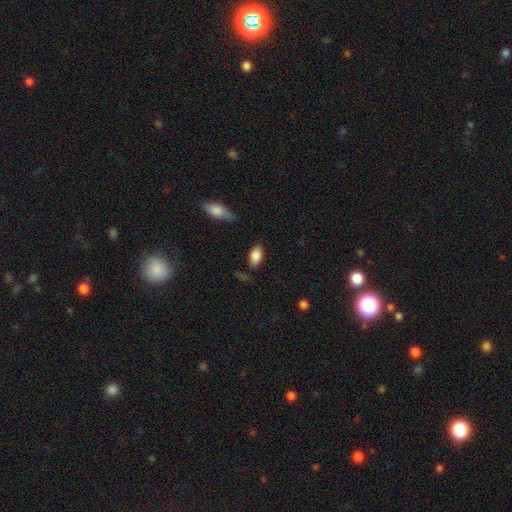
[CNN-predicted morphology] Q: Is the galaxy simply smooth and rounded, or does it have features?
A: smooth — 86%.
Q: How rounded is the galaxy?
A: in between — 92%.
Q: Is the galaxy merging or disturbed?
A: none — 80%.